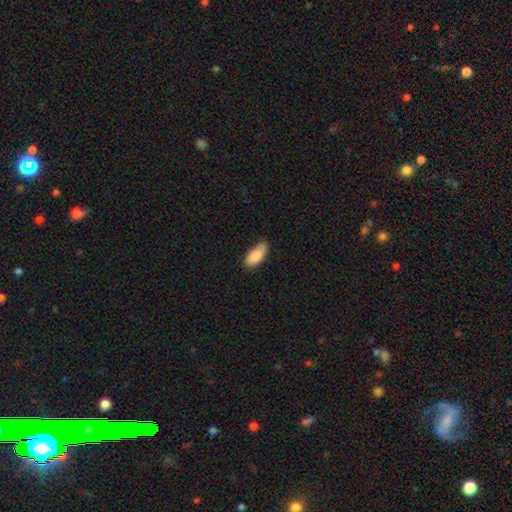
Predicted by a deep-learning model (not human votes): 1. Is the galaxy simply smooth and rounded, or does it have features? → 88% smooth, 6% star or artifact, 6% featured or disk.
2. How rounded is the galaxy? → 88% in between, 10% cigar-shaped, 2% round.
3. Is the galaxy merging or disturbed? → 64% none, 30% minor disturbance, 4% major disturbance, 2% merger.